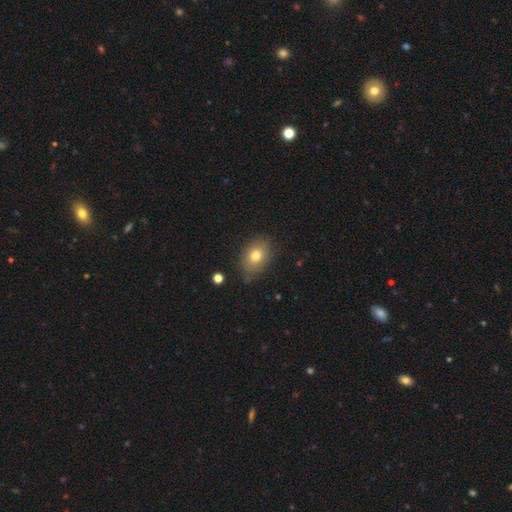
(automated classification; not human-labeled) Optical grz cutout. It shows a smooth galaxy with no disk features (78%) that is in between round and cigar-shaped (68%). Merging: none (77%).